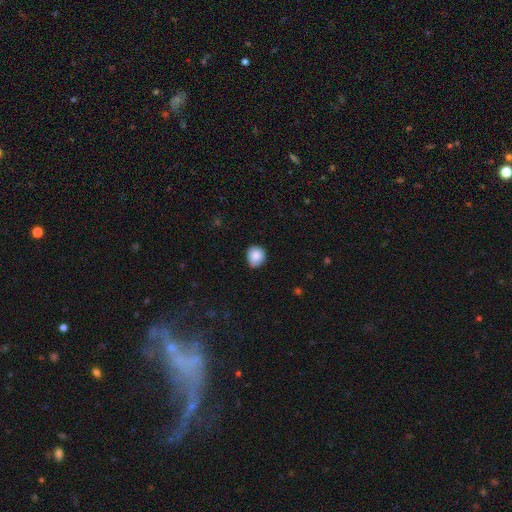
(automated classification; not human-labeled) A smooth galaxy with no disk features (87%) that is round (83%). Merging: none (76%).